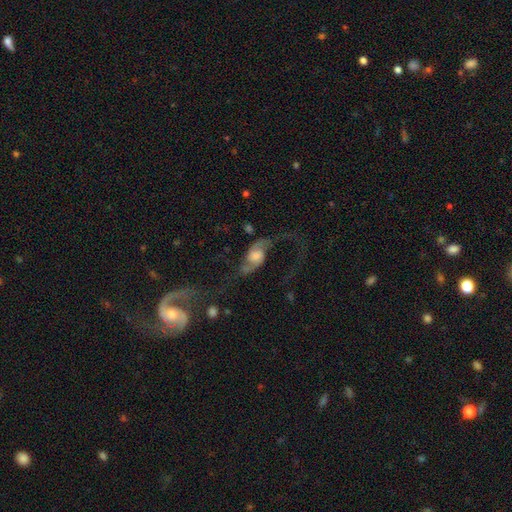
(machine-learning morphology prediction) Smooth or featured: featured or disk — 78% (smooth — 15%)
Edge-on disk: no — 93% (yes — 7%)
Bar: no — 46% (weak — 40%)
Spiral arms: yes — 93% (no — 7%)
Spiral winding: loose — 78% (medium — 18%)
Spiral arm count: 2 — 92% (1 — 3%)
Bulge size: moderate — 40% (large — 29%)
Merging: none — 49% (major disturbance — 31%)